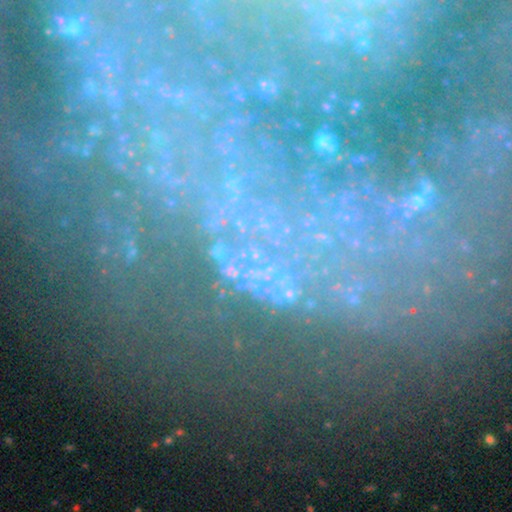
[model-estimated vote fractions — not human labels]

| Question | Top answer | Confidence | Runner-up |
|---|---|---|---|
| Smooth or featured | star or artifact | 52% | featured or disk (31%) |